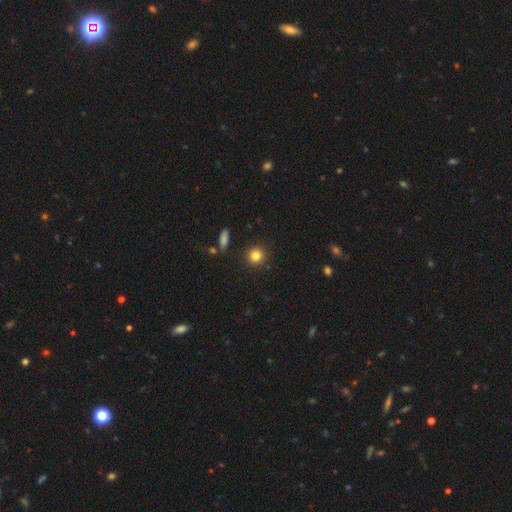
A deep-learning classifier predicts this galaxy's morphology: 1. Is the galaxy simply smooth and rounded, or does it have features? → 83% smooth, 11% star or artifact, 6% featured or disk.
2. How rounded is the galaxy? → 89% round, 10% in between, 1% cigar-shaped.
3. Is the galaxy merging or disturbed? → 90% none, 6% minor disturbance, 2% major disturbance, 2% merger.